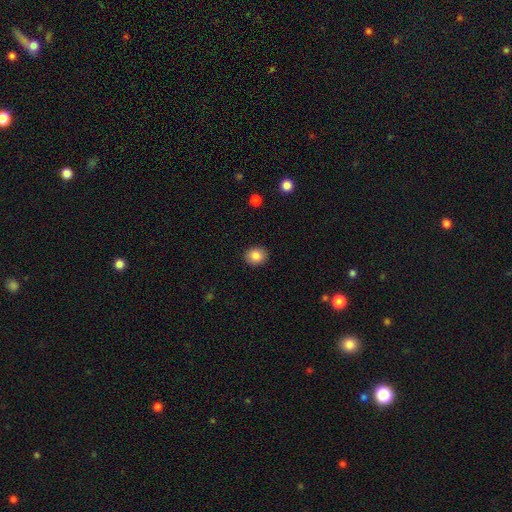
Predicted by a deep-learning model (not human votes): Smooth or featured?
  - smooth: 86% *
  - star or artifact: 9%
  - featured or disk: 5%
How rounded?
  - round: 66% *
  - in between: 33%
  - cigar-shaped: 1%
Merging?
  - none: 91% *
  - minor disturbance: 6%
  - major disturbance: 2%
  - merger: 1%